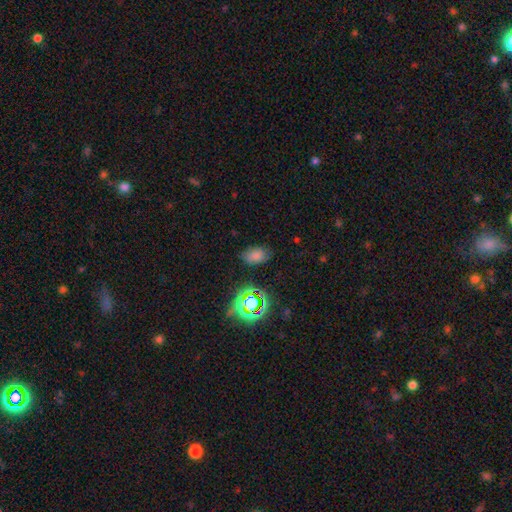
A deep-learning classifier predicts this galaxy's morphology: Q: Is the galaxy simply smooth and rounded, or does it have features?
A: smooth — 70%.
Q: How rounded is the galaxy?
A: in between — 86%.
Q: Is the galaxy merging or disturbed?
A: none — 76%.